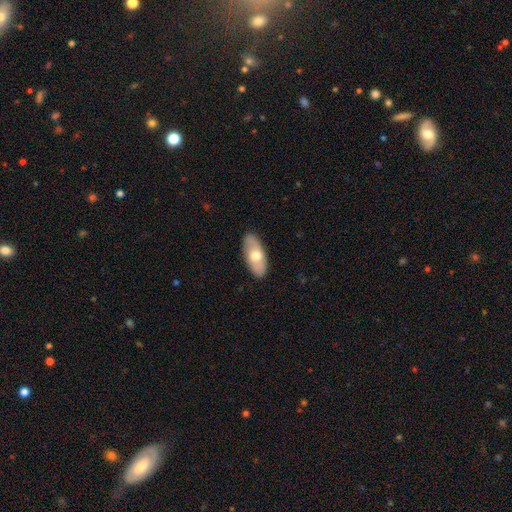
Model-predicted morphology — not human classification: Smooth or featured? smooth (60%)
How rounded? in between (88%)
Merging? none (87%)